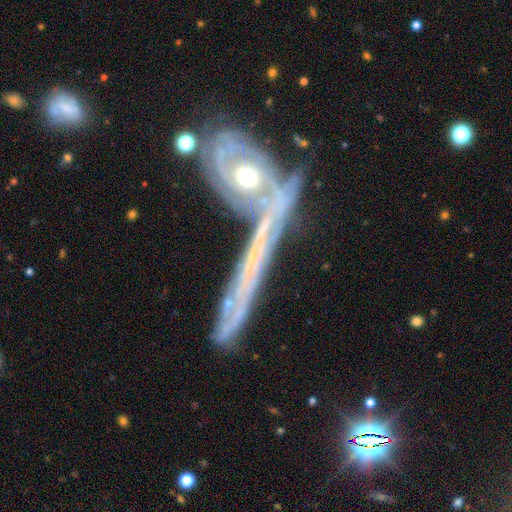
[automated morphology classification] A featured or disk galaxy (66%) viewed edge-on (67%). Merging: none (48%).